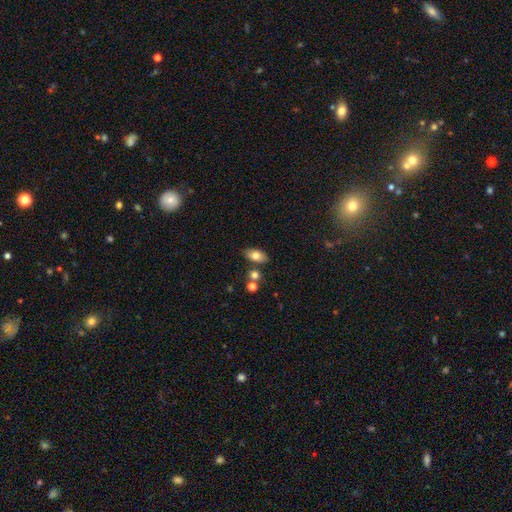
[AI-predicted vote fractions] A smooth galaxy with no disk features (78%) that is in between round and cigar-shaped (89%). Merging: none (76%).